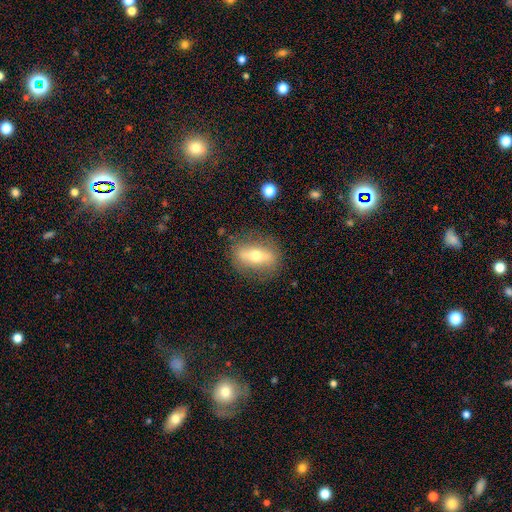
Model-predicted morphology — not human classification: Smooth or featured?
  - featured or disk: 55% *
  - smooth: 38%
  - star or artifact: 8%
Edge-on disk?
  - no: 51% *
  - yes: 49%
Merging?
  - none: 82% *
  - minor disturbance: 12%
  - major disturbance: 5%
  - merger: 2%